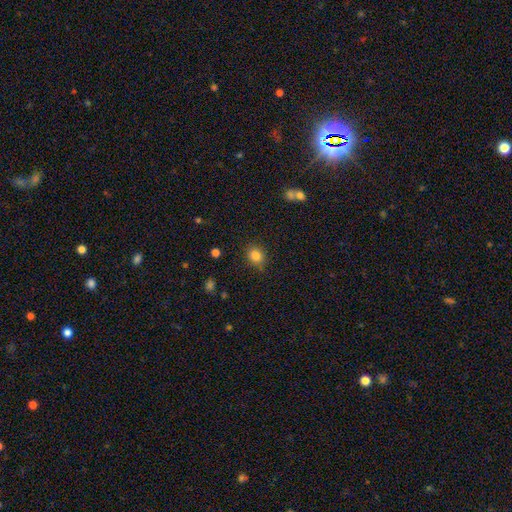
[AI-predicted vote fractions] The model was most divided on "how rounded": round: 68%, in between: 31%, cigar-shaped: 1%. More confident: merging — none (85%); smooth or featured — smooth (83%).